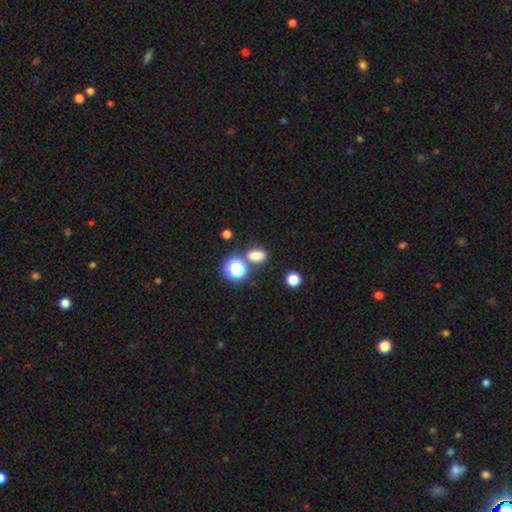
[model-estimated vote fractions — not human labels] This appears to be a smooth galaxy with no disk features (75%) that is in between round and cigar-shaped (71%). Merging: none (71%).